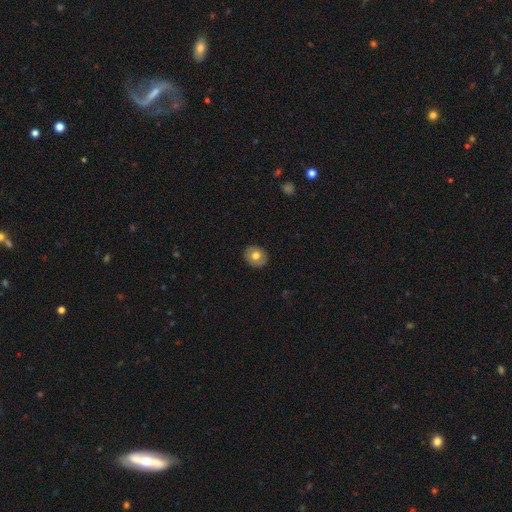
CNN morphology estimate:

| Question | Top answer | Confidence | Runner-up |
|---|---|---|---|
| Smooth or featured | smooth | 70% | featured or disk (22%) |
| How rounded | round | 70% | in between (30%) |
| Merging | none | 88% | minor disturbance (9%) |